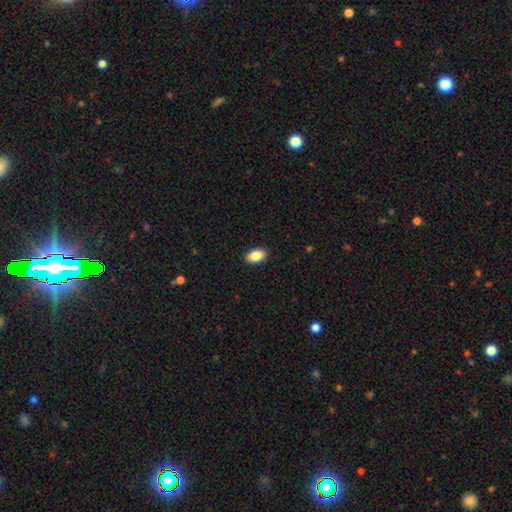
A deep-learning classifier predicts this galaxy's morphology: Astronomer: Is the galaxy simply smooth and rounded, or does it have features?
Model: smooth — 87%.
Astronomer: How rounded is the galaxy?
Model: in between — 91%.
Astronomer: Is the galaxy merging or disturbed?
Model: none — 90%.